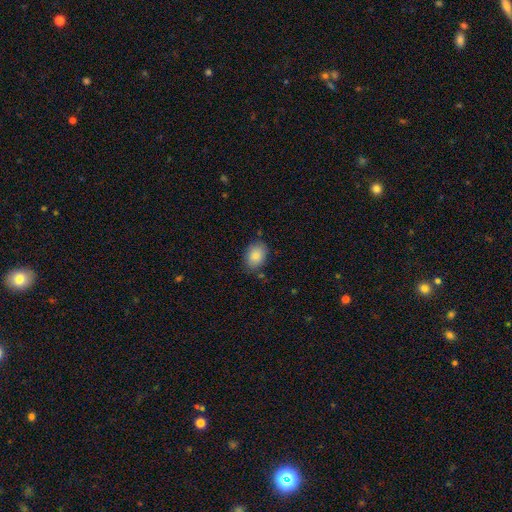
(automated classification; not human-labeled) Q: Smooth or featured?
A: smooth (87%); runner-up: star or artifact (7%)
Q: How rounded?
A: in between (75%); runner-up: round (24%)
Q: Merging?
A: none (77%); runner-up: minor disturbance (17%)